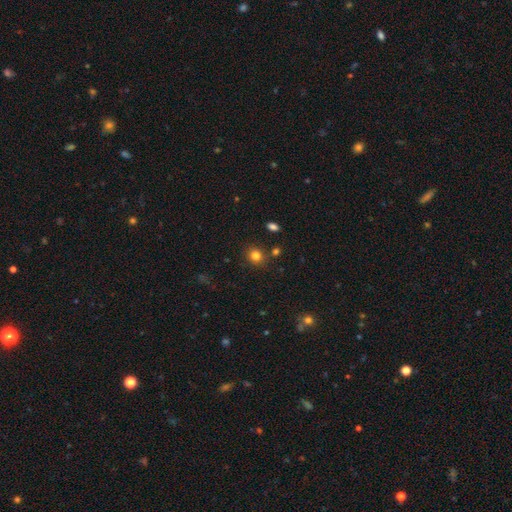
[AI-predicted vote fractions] Morphology: type=smooth (81%); roundness=round (82%); merging=none (84%).